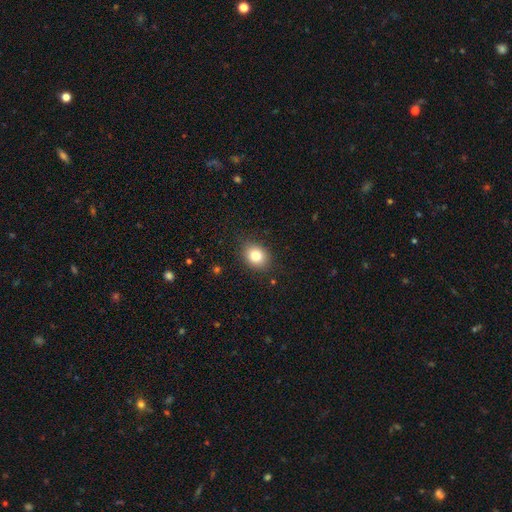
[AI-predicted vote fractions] Q: Smooth or featured?
A: smooth (82%); runner-up: star or artifact (10%)
Q: How rounded?
A: round (50%); runner-up: in between (49%)
Q: Merging?
A: none (85%); runner-up: minor disturbance (11%)